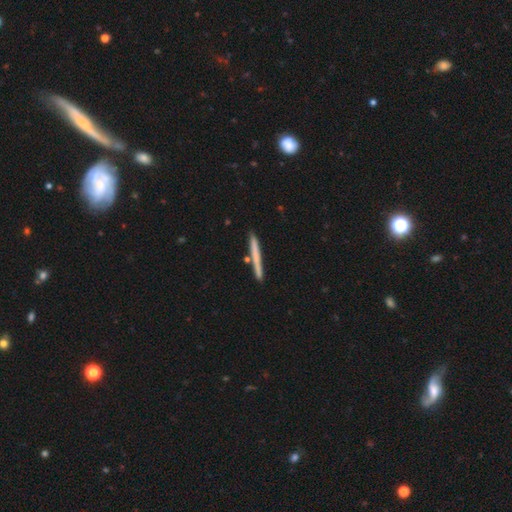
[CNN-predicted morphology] smooth-or-featured: smooth: 61% | featured or disk: 33% | star or artifact: 6%
  how-rounded: cigar-shaped: 97% | in between: 2% | round: 1%
  merging: none: 88% | minor disturbance: 7% | merger: 4% | major disturbance: 1%